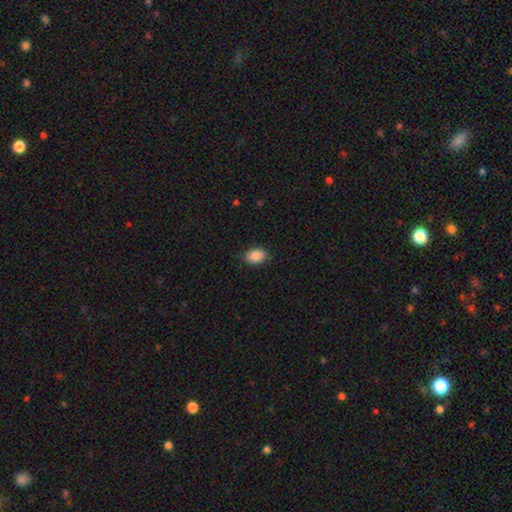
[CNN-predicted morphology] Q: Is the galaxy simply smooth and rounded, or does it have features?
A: smooth — 89%.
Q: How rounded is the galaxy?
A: in between — 83%.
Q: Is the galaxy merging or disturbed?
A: none — 82%.